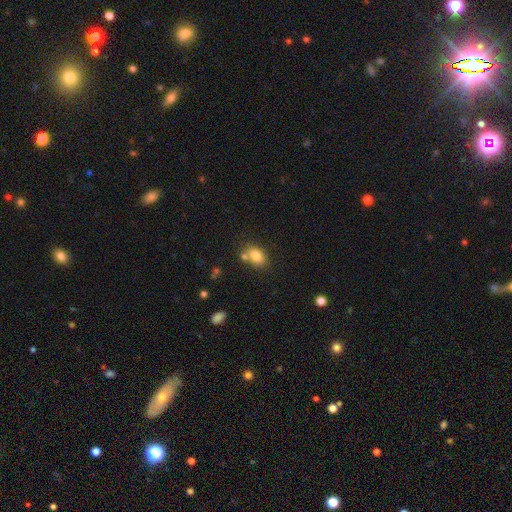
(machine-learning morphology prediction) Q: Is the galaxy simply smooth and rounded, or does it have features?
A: smooth — 80%.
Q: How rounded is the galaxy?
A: in between — 79%.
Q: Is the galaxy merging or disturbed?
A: none — 58%.